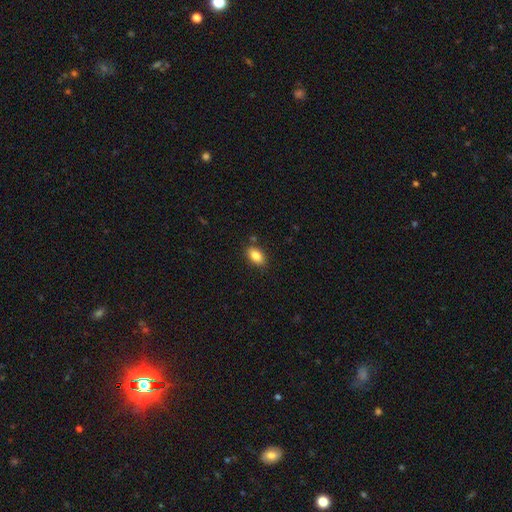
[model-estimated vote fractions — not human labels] Overall: smooth (84%). How rounded: in between (90%). Merging: none (84%).